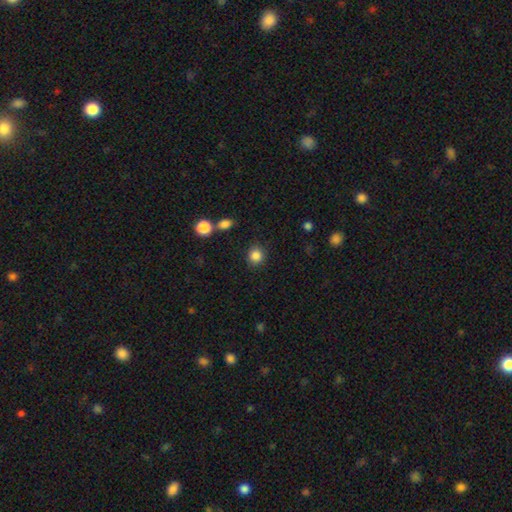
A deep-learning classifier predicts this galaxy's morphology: Smooth or featured?
  - smooth: 86% *
  - star or artifact: 11%
  - featured or disk: 4%
How rounded?
  - round: 87% *
  - in between: 12%
  - cigar-shaped: 1%
Merging?
  - none: 87% *
  - minor disturbance: 8%
  - major disturbance: 3%
  - merger: 3%